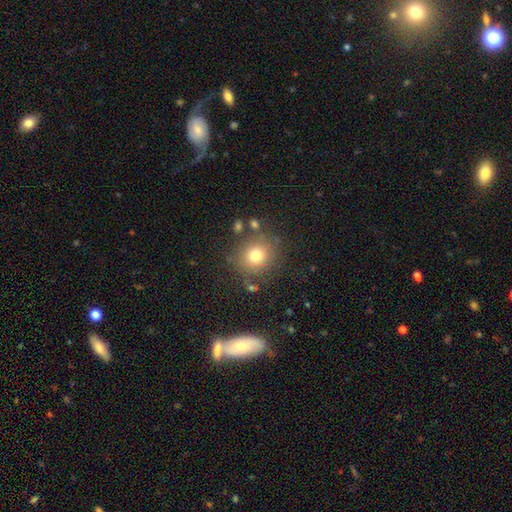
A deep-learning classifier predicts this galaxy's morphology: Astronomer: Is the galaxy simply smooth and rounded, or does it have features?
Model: smooth — 75%.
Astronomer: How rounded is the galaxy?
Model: round — 87%.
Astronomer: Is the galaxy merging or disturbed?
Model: none — 78%.